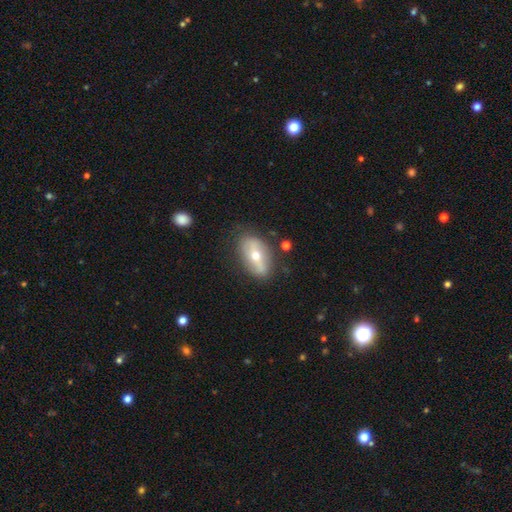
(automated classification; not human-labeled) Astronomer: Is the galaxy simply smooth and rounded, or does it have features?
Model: featured or disk — 56% (runner-up: smooth, 36%).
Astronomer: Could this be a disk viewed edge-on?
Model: no — 76%.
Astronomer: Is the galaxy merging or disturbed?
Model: none — 77%.